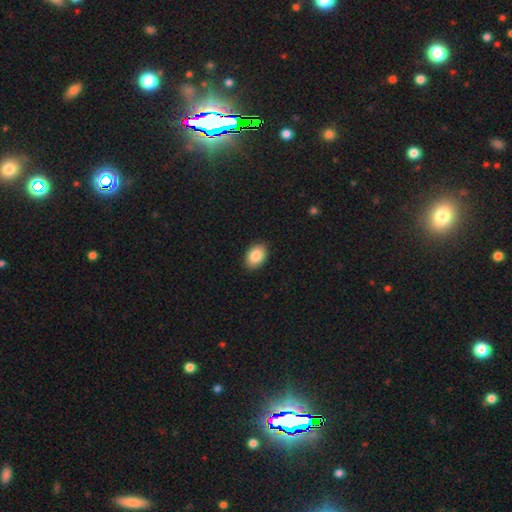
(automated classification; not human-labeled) A smooth galaxy with no disk features (87%) that is in between round and cigar-shaped (84%). Merging: none (90%).